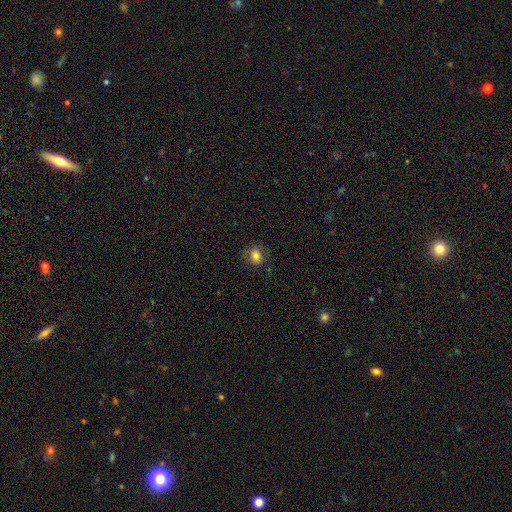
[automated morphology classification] Smooth or featured? Predicted: smooth (p=0.79). How rounded? Predicted: round (p=0.69). Merging? Predicted: none (p=0.79).